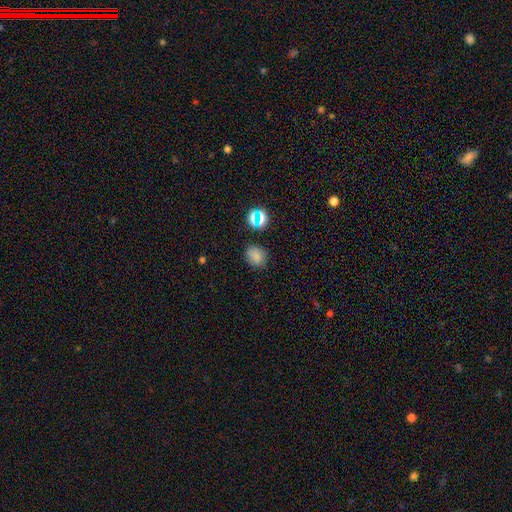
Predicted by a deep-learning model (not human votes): A smooth galaxy with no disk features (73%) that is round (64%). Merging: none (79%).